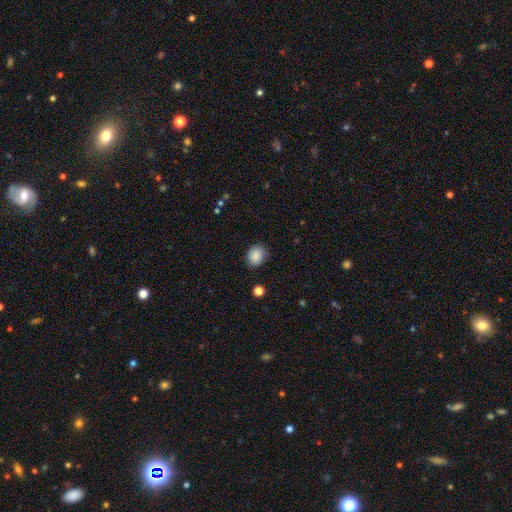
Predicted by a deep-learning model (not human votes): Morphology: type=smooth (86%); roundness=round (54%); merging=none (79%).